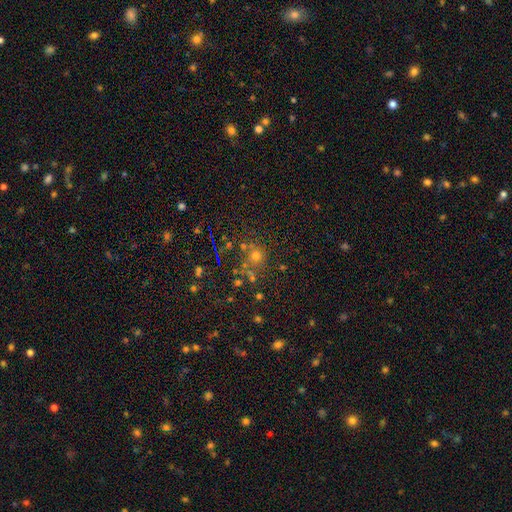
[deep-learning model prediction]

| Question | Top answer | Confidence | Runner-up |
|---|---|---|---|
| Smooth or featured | smooth | 57% | star or artifact (32%) |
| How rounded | round | 87% | in between (12%) |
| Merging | none | 68% | merger (16%) |